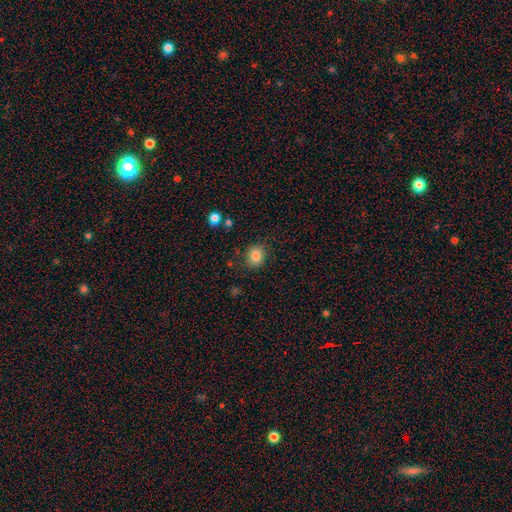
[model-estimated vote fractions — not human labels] Smooth or featured: smooth — 84% (star or artifact — 10%)
How rounded: round — 62% (in between — 37%)
Merging: none — 82% (minor disturbance — 13%)